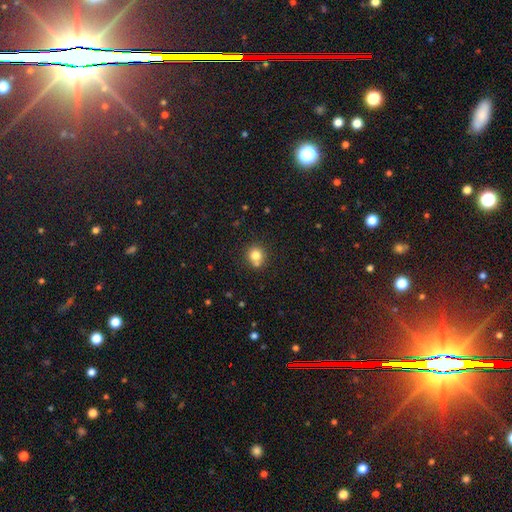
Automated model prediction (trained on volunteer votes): This appears to be a smooth galaxy with no disk features (78%) that is round (87%). Merging: none (66%).